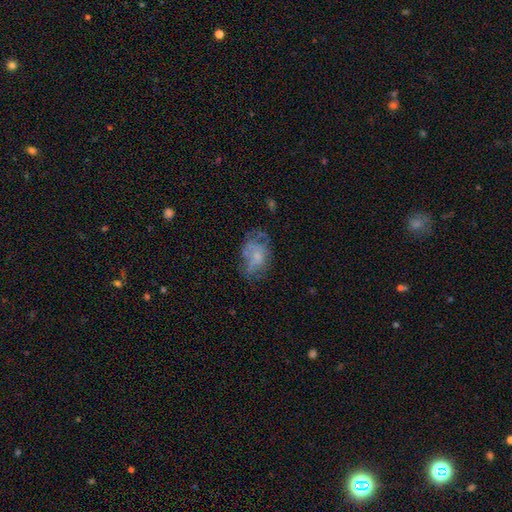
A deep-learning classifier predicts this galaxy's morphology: The model was most divided on "smooth or featured": featured or disk: 47%, smooth: 41%, star or artifact: 12%. Remaining: merging — none (42%).